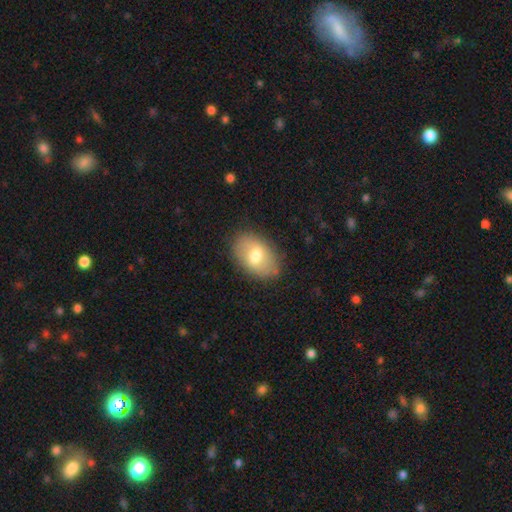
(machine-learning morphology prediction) smooth 66%, featured or disk 27%, star or artifact 7%. Down the decision tree: how rounded — in between (86%); merging — none (84%).